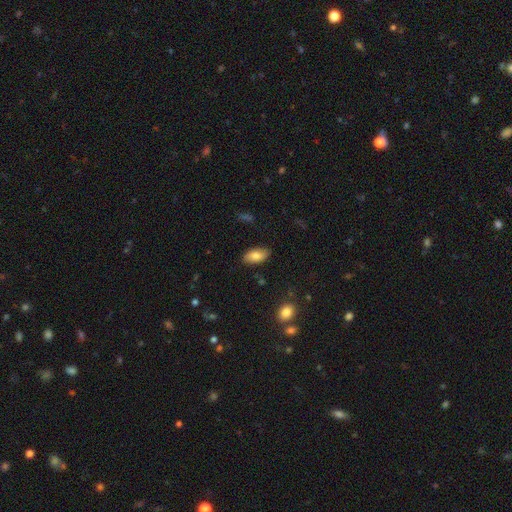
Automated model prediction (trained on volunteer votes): This is clearly a smooth galaxy (81%). How rounded: clearly in between (93%). Merging: clearly none (85%).